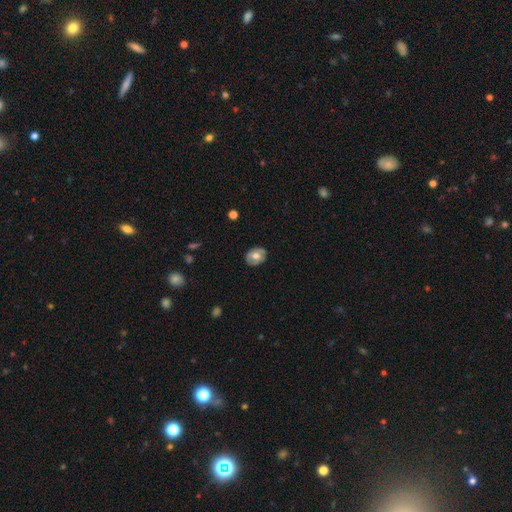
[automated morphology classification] The model was most divided on "how rounded": in between: 53%, round: 46%, cigar-shaped: 1%. More confident: merging — none (81%); smooth or featured — smooth (52%).